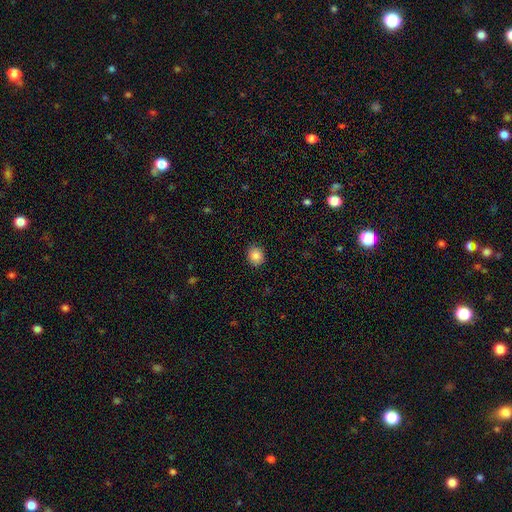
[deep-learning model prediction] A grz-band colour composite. It shows a smooth galaxy with no disk features (85%) that is round (74%). Merging: none (89%).